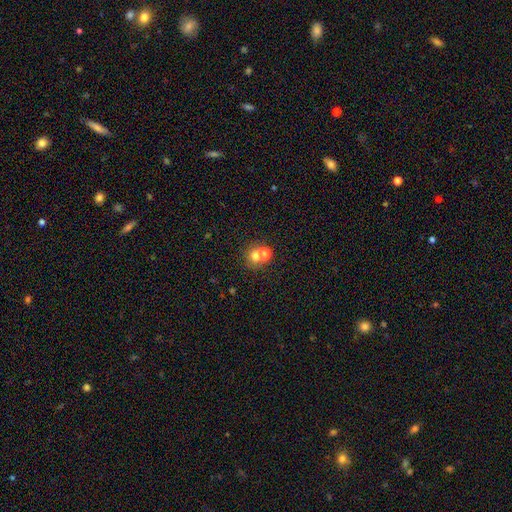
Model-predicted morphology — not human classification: smooth 67%, star or artifact 18%, featured or disk 15%. Down the decision tree: how rounded — round (81%); merging — none (47%).